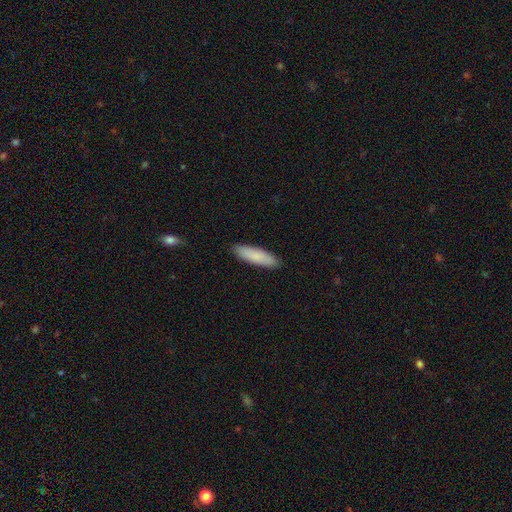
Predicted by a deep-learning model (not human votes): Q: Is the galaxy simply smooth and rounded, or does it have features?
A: smooth — 85%.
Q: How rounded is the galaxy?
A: cigar-shaped — 68%.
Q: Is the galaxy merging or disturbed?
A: none — 90%.